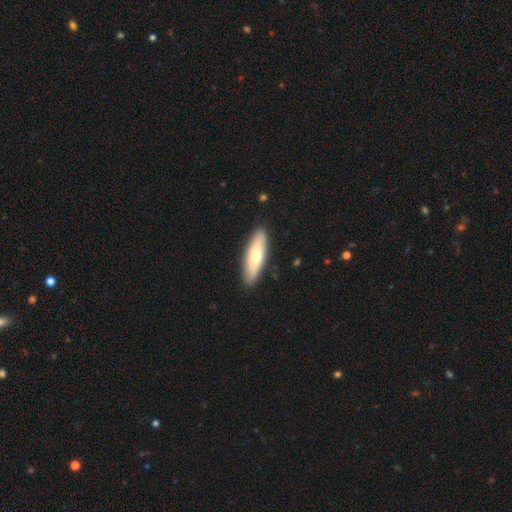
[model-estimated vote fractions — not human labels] Morphology: type=smooth (70%); roundness=cigar-shaped (58%); merging=none (89%).